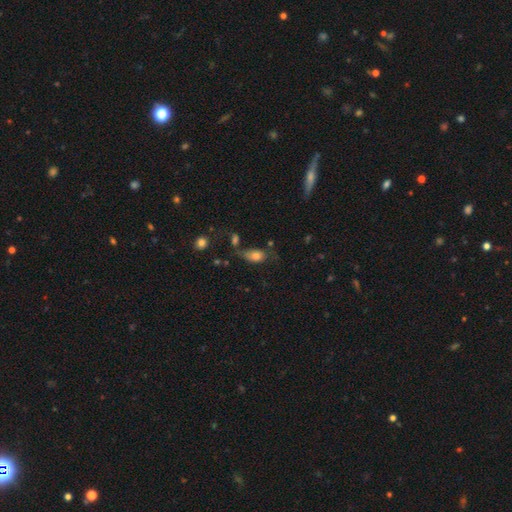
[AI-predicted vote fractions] Morphology: type=smooth (77%); roundness=in between (85%); merging=none (44%).